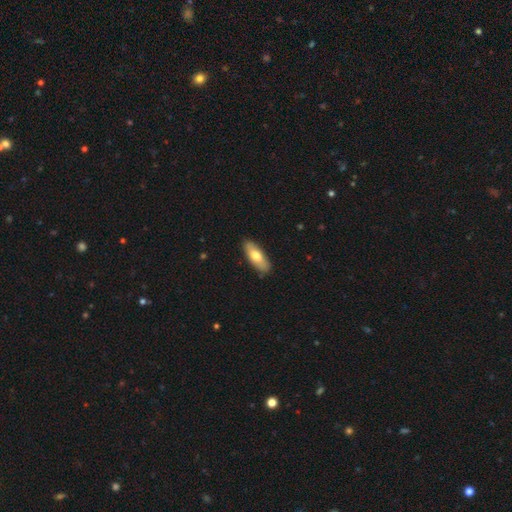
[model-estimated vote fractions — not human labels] Smooth or featured: smooth — 68% (featured or disk — 27%)
How rounded: in between — 67% (cigar-shaped — 31%)
Merging: none — 85% (minor disturbance — 12%)